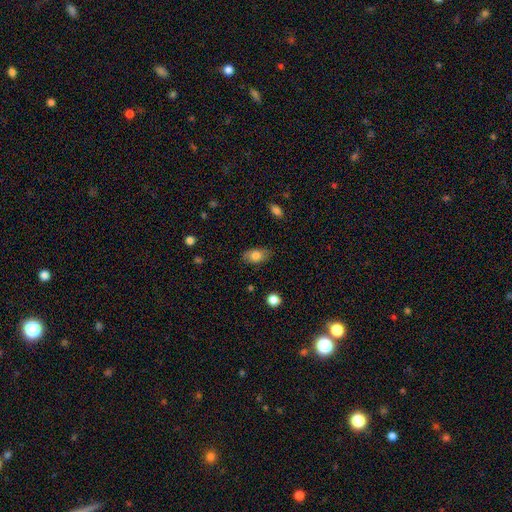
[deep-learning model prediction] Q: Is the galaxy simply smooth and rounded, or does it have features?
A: smooth — 80%.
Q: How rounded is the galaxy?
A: in between — 90%.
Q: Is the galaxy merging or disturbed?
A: none — 80%.